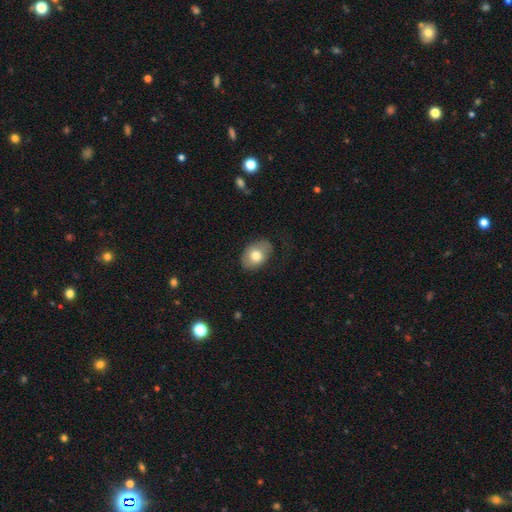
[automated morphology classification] smooth-or-featured: smooth: 74% | featured or disk: 19% | star or artifact: 7%
  how-rounded: in between: 82% | round: 17% | cigar-shaped: 1%
  merging: none: 71% | minor disturbance: 21% | major disturbance: 7% | merger: 1%